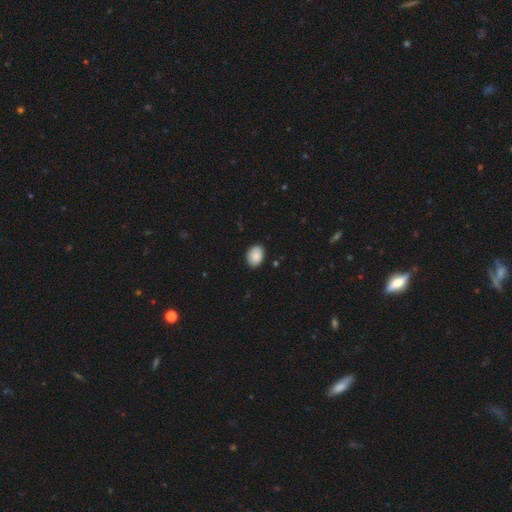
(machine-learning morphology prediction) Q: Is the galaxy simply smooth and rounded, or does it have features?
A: smooth — 88%.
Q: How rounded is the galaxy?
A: in between — 75%.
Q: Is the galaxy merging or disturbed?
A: none — 85%.